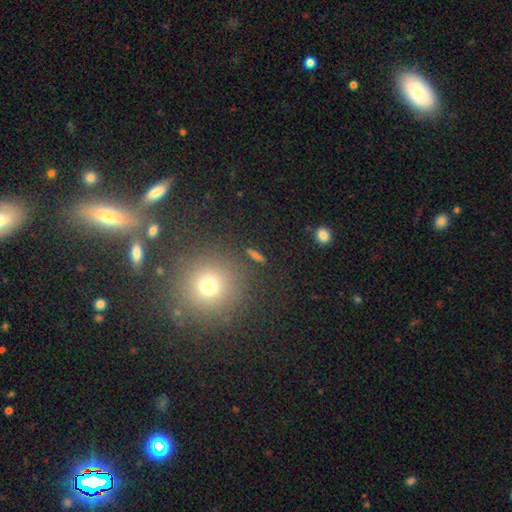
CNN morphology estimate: This appears to be a smooth galaxy with no disk features (51%) that is round (76%). Merging: none (84%).